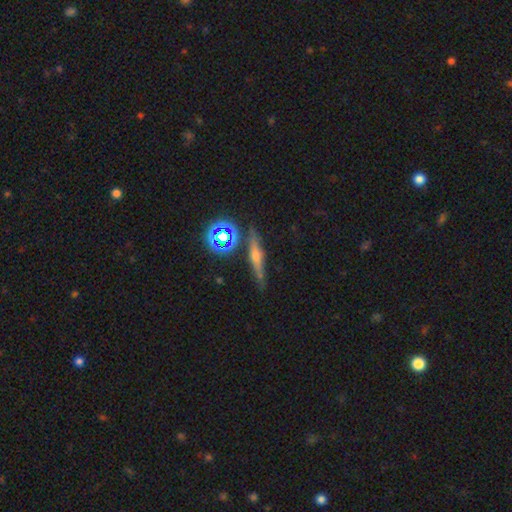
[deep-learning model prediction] A featured or disk galaxy (50%). Merging: none (82%).